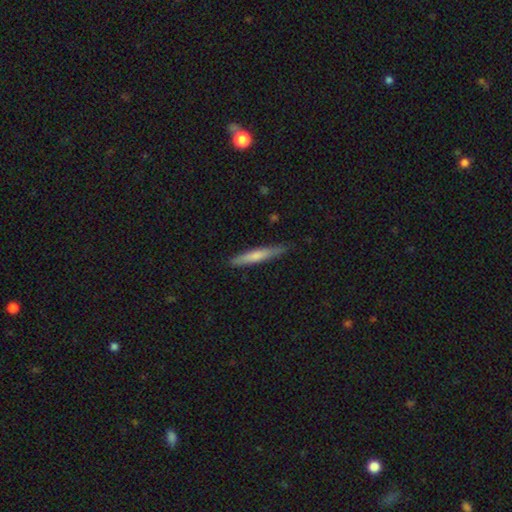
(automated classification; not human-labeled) Overall: smooth (61%; featured or disk 33%). How rounded: cigar-shaped (94%). Merging: none (86%).